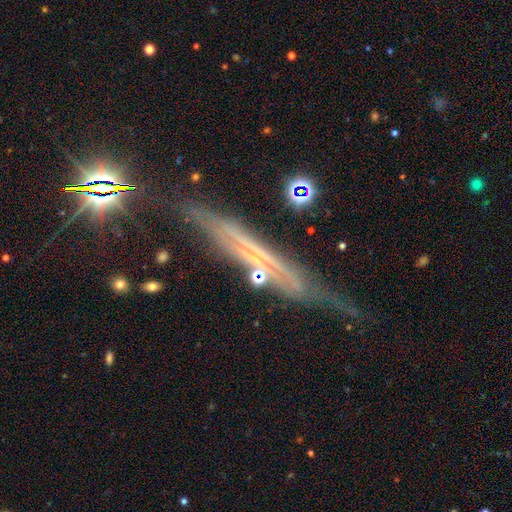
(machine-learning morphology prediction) Smooth or featured? Predicted: featured or disk (p=0.65). Edge-on disk? Predicted: yes (p=0.80). Edge-on bulge? Predicted: none (p=0.68). Merging? Predicted: none (p=0.66).